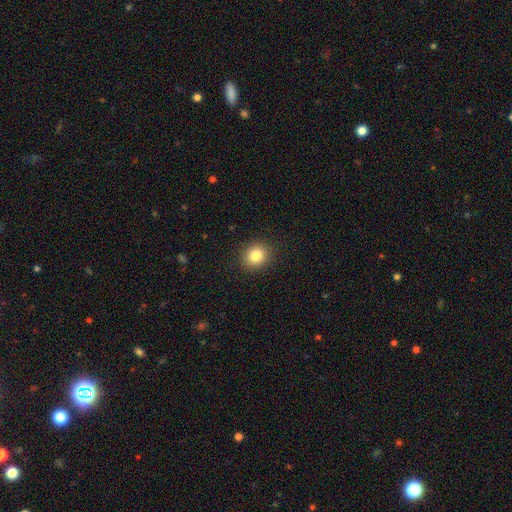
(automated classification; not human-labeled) Smooth or featured: smooth — 84% (star or artifact — 10%)
How rounded: round — 75% (in between — 24%)
Merging: none — 90% (minor disturbance — 7%)